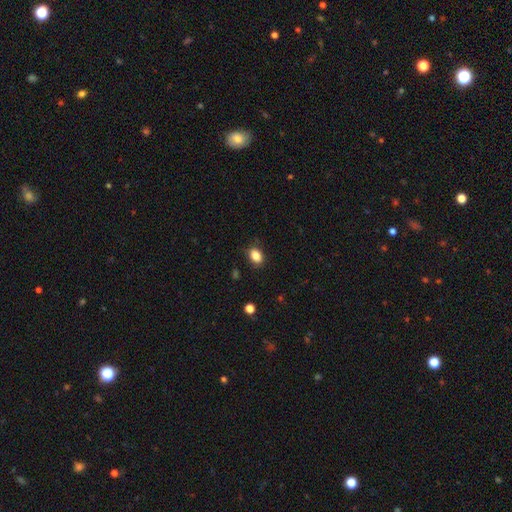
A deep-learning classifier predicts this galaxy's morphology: Smooth or featured? smooth (86%)
How rounded? in between (76%)
Merging? none (83%)